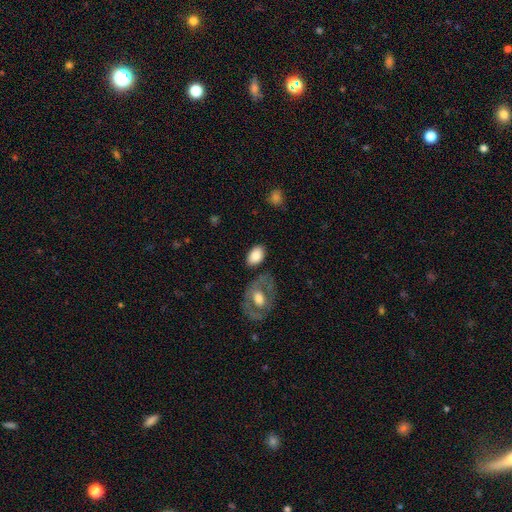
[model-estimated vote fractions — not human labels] Morphology: type=smooth (81%); roundness=in between (88%); merging=none (73%).